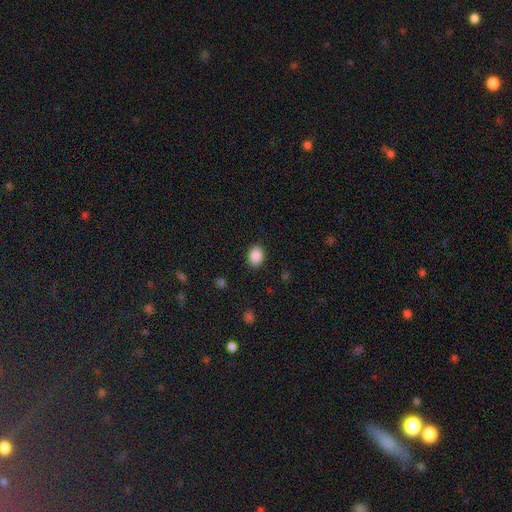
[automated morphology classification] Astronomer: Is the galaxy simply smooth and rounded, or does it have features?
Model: smooth — 89%.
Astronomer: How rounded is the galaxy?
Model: in between — 64%.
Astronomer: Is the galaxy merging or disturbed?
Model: none — 88%.